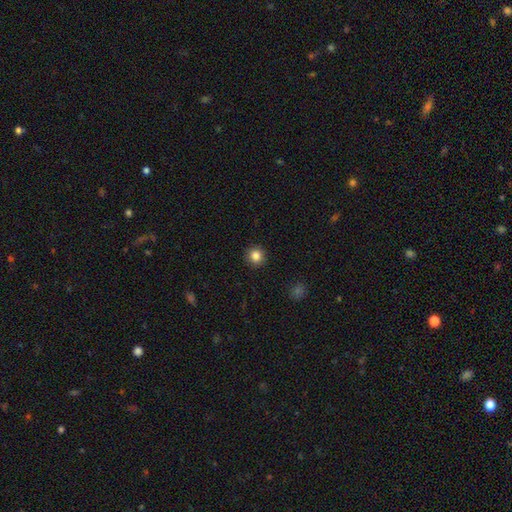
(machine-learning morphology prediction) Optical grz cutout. It shows a smooth galaxy with no disk features (84%) that is round (92%). Merging: none (92%).